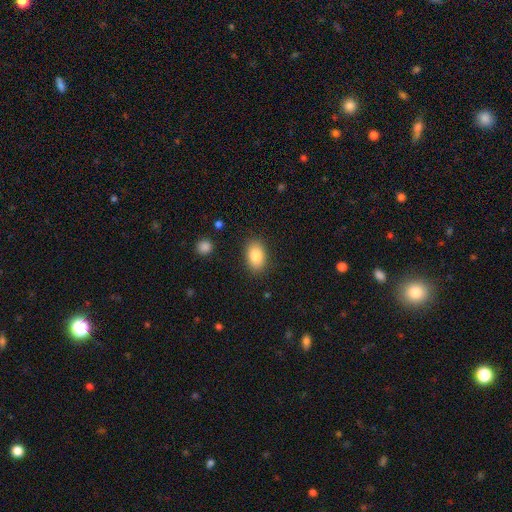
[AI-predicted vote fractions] Smooth or featured: smooth — 83% (featured or disk — 9%)
How rounded: in between — 86% (round — 13%)
Merging: none — 87% (minor disturbance — 10%)